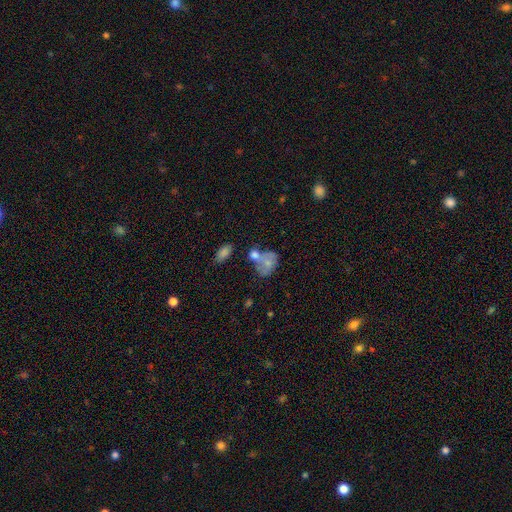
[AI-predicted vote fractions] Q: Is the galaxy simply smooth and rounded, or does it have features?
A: smooth — 58%.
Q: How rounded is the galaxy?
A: in between — 67%.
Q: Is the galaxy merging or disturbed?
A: merger — 40%.